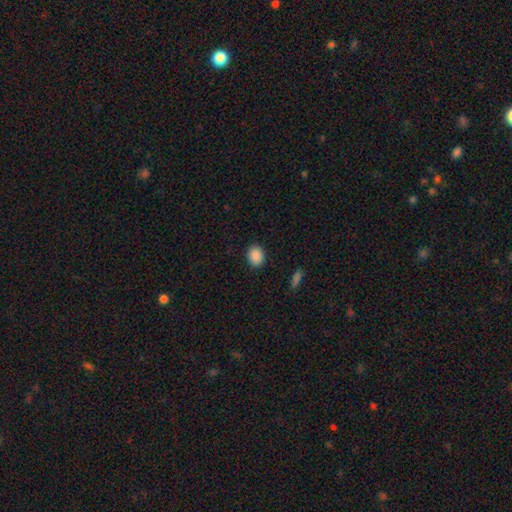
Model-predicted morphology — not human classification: A smooth galaxy with no disk features (89%) that is in between round and cigar-shaped (60%).

Vote fractions:
- Smooth or featured? smooth: 89% / star or artifact: 8% / featured or disk: 3%
- How rounded? in between: 60% / round: 39% / cigar-shaped: 1%
- Merging? none: 89% / minor disturbance: 8% / major disturbance: 2% / merger: 1%